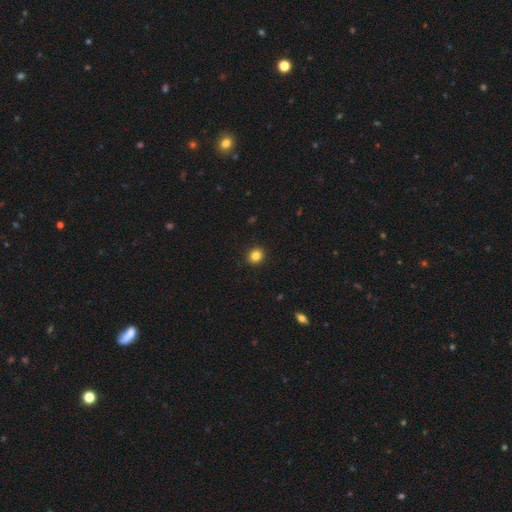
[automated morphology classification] Smooth or featured? Predicted: smooth (p=0.84). How rounded? Predicted: round (p=0.81). Merging? Predicted: none (p=0.92).